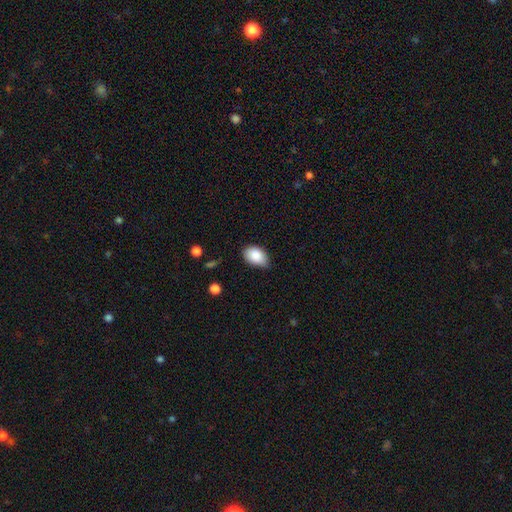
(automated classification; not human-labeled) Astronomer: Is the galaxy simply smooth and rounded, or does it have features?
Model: smooth — 87%.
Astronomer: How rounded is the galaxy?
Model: in between — 88%.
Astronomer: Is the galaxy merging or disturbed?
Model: none — 60%.